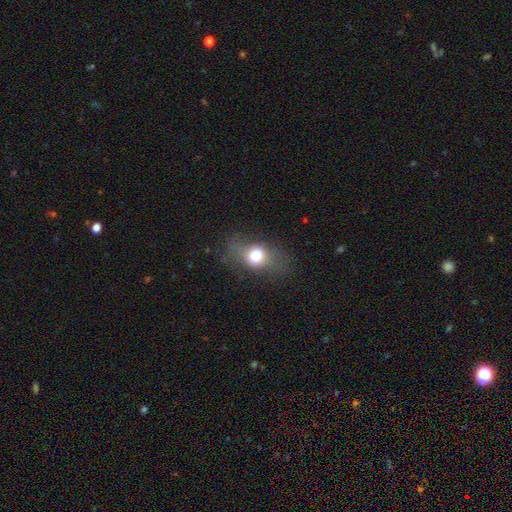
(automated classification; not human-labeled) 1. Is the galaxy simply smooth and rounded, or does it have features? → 66% smooth, 22% featured or disk, 12% star or artifact.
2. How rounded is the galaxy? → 65% in between, 32% round, 3% cigar-shaped.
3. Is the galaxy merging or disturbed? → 65% none, 20% minor disturbance, 13% major disturbance, 1% merger.